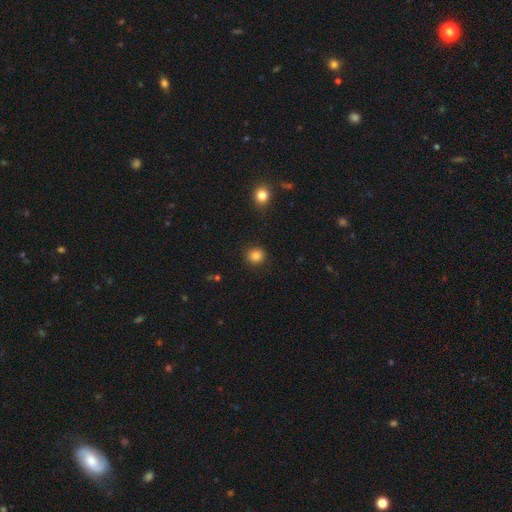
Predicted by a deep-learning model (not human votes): Smooth or featured? Predicted: smooth (p=0.86). How rounded? Predicted: round (p=0.86). Merging? Predicted: none (p=0.90).